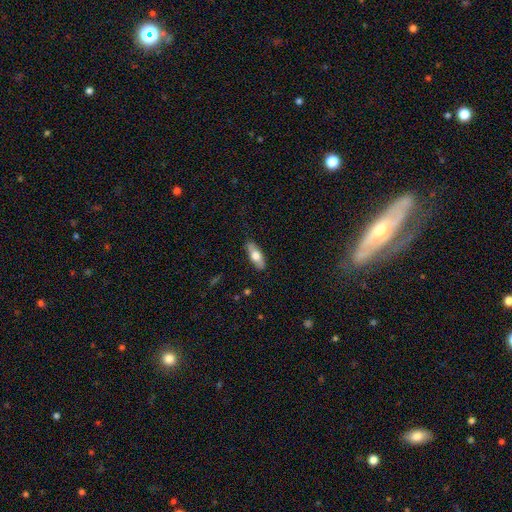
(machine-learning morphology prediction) This is likely a smooth galaxy (63%). How rounded: likely in between (68%). Merging: clearly none (85%).